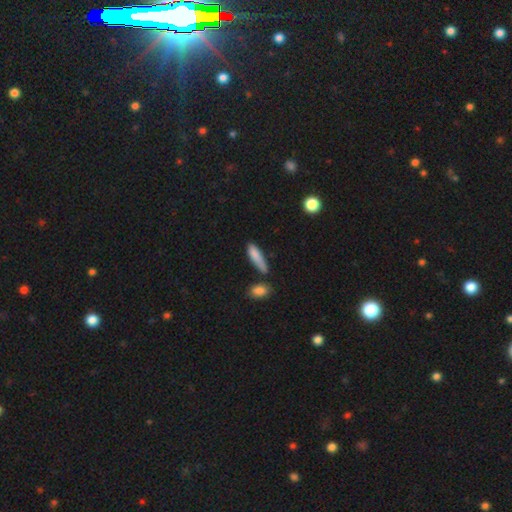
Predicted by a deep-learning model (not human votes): Overall: smooth (82%). How rounded: cigar-shaped (61%; in between 37%). Merging: none (54%; minor disturbance 26%).